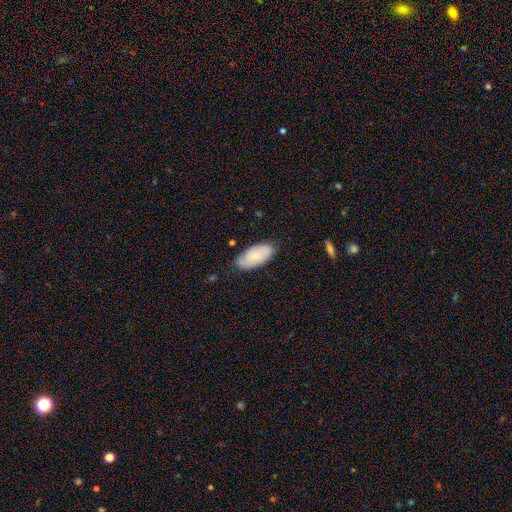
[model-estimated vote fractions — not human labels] Smooth or featured? Predicted: smooth (p=0.62). How rounded? Predicted: in between (p=0.93). Merging? Predicted: none (p=0.73).